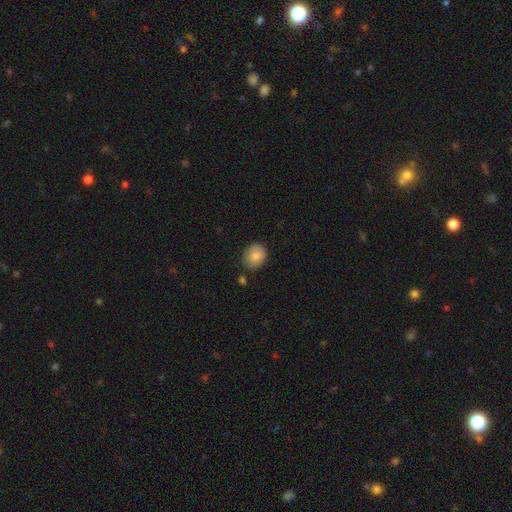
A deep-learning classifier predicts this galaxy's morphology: Smooth or featured? smooth (85%)
How rounded? round (53%)
Merging? none (76%)